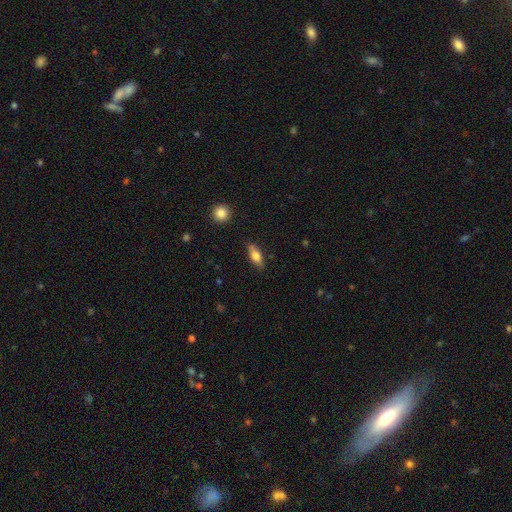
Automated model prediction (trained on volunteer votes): smooth-or-featured: smooth: 69% | featured or disk: 24% | star or artifact: 7%
  how-rounded: in between: 73% | cigar-shaped: 23% | round: 4%
  merging: none: 79% | minor disturbance: 15% | major disturbance: 3% | merger: 2%